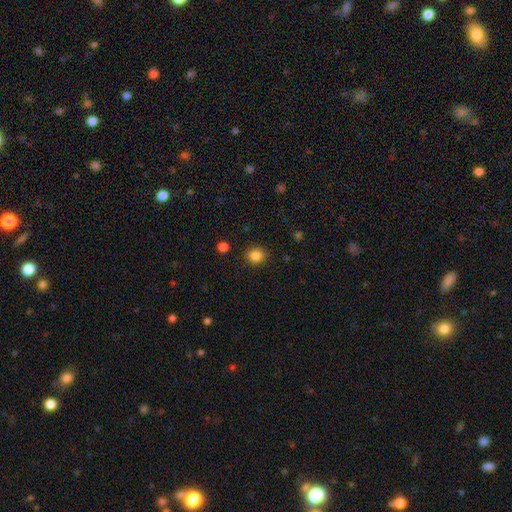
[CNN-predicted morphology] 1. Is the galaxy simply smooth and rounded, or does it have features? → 85% smooth, 11% star or artifact, 4% featured or disk.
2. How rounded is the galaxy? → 82% round, 17% in between, 1% cigar-shaped.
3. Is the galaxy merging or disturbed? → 89% none, 7% minor disturbance, 2% major disturbance, 2% merger.